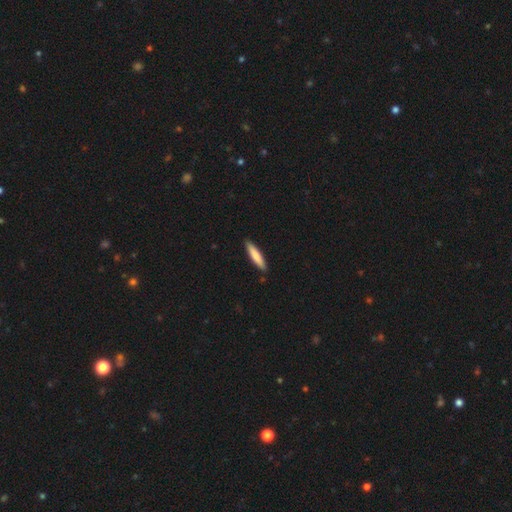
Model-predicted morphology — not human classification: Q: Smooth or featured?
A: smooth (78%); runner-up: featured or disk (17%)
Q: How rounded?
A: cigar-shaped (83%); runner-up: in between (16%)
Q: Merging?
A: none (89%); runner-up: minor disturbance (8%)